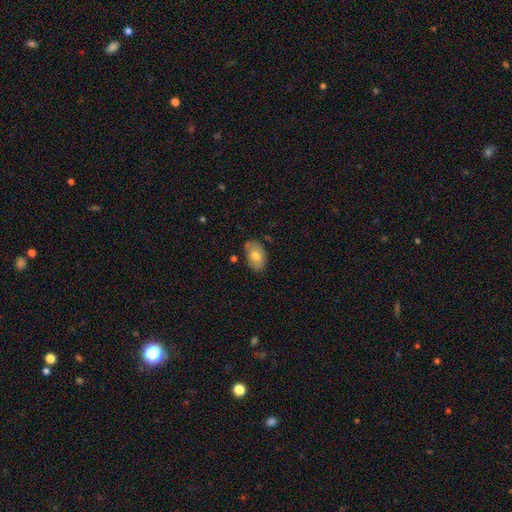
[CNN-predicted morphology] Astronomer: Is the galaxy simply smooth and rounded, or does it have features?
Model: smooth — 72%.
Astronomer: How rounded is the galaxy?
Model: in between — 90%.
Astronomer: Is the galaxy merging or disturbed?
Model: none — 79%.